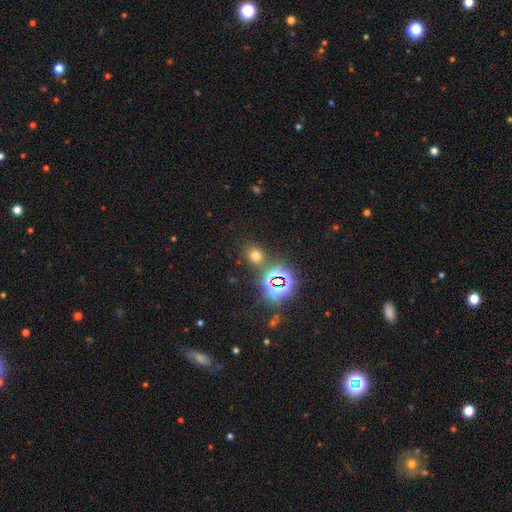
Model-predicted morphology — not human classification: Smooth or featured? smooth (61%)
How rounded? round (60%)
Merging? none (78%)